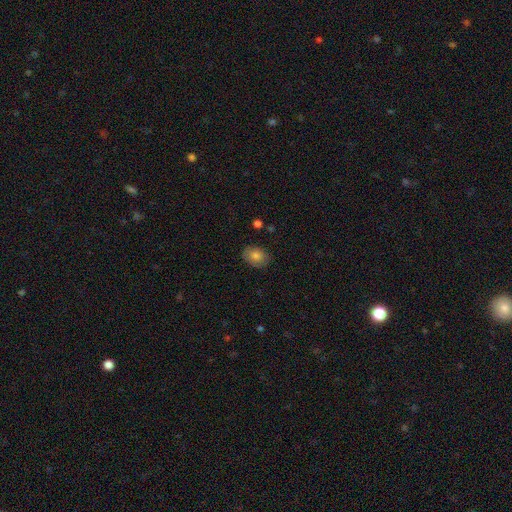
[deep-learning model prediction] smooth 81%, featured or disk 11%, star or artifact 8%. Down the decision tree: how rounded — in between (71%); merging — none (85%).